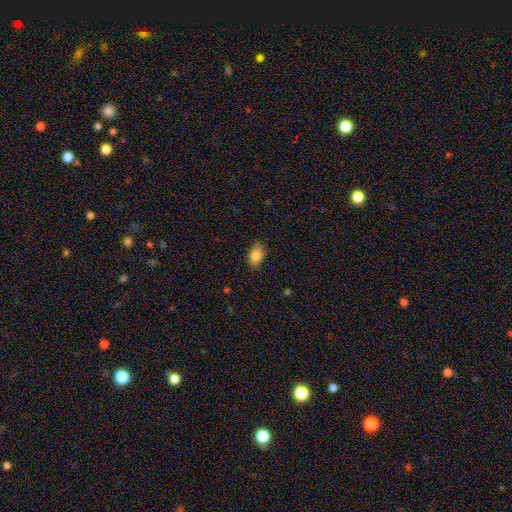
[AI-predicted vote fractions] Overall: smooth (85%). How rounded: in between (87%). Merging: none (83%).